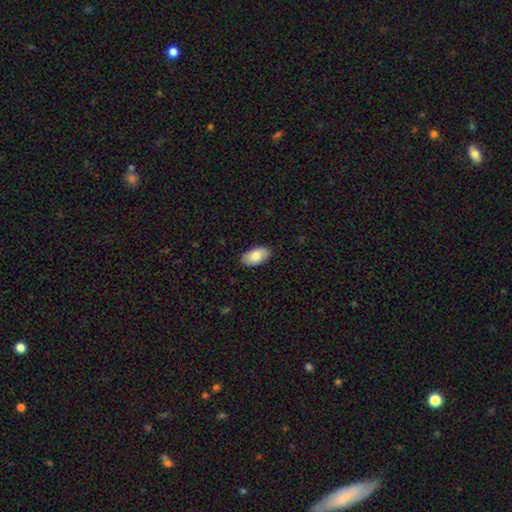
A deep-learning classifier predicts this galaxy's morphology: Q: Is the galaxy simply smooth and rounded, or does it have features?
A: smooth — 82%.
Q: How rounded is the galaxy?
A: in between — 95%.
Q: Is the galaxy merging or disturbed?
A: none — 88%.